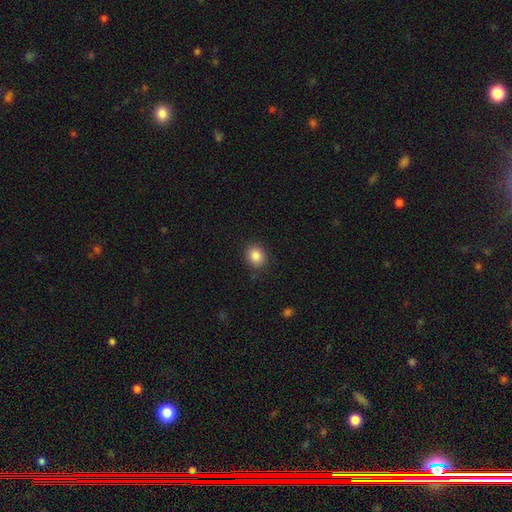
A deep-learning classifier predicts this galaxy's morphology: Q: Smooth or featured?
A: smooth (86%); runner-up: star or artifact (10%)
Q: How rounded?
A: round (63%); runner-up: in between (36%)
Q: Merging?
A: none (87%); runner-up: minor disturbance (9%)